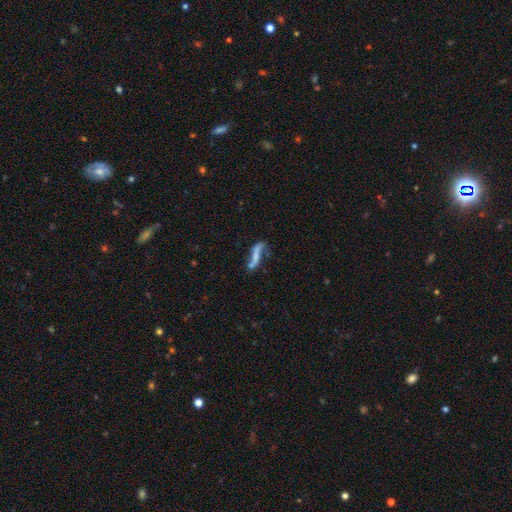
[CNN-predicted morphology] Q: Smooth or featured?
A: featured or disk (52%); runner-up: smooth (38%)
Q: Edge-on disk?
A: no (76%); runner-up: yes (24%)
Q: Merging?
A: none (43%); runner-up: minor disturbance (25%)